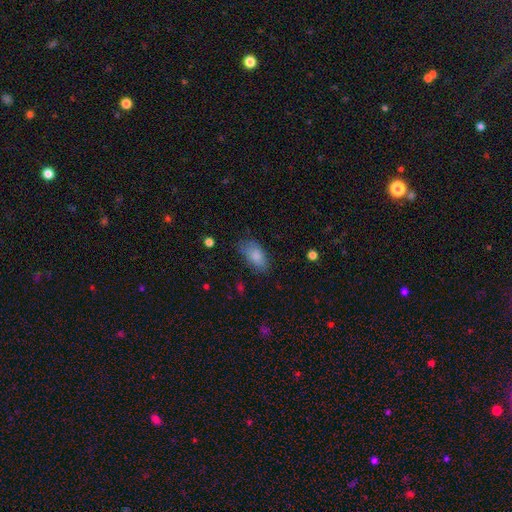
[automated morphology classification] Smooth or featured?
  - smooth: 82% *
  - featured or disk: 10%
  - star or artifact: 8%
How rounded?
  - in between: 91% *
  - round: 5%
  - cigar-shaped: 4%
Merging?
  - none: 61% *
  - minor disturbance: 27%
  - major disturbance: 10%
  - merger: 2%